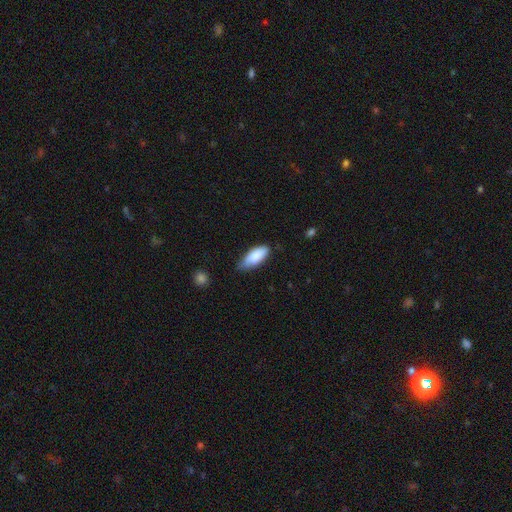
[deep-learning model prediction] Smooth or featured: smooth — 86% (featured or disk — 8%)
How rounded: in between — 81% (cigar-shaped — 17%)
Merging: none — 62% (minor disturbance — 32%)